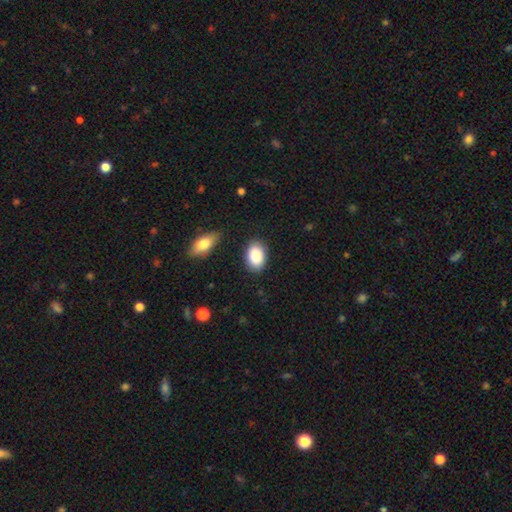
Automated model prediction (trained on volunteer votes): Smooth or featured? Predicted: smooth (p=0.88). How rounded? Predicted: in between (p=0.88). Merging? Predicted: none (p=0.83).